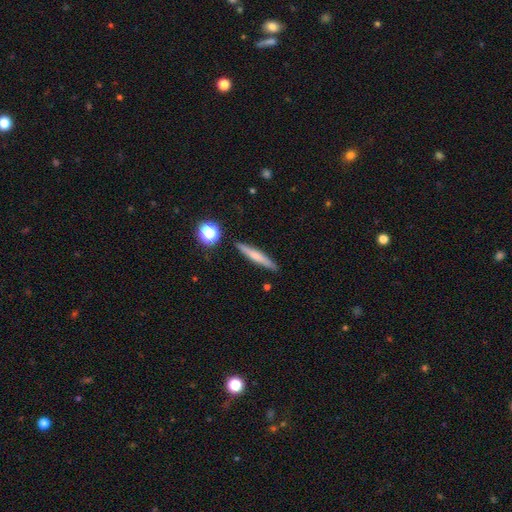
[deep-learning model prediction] smooth 59%, featured or disk 33%, star or artifact 8%. Down the decision tree: how rounded — cigar-shaped (92%); merging — none (89%).